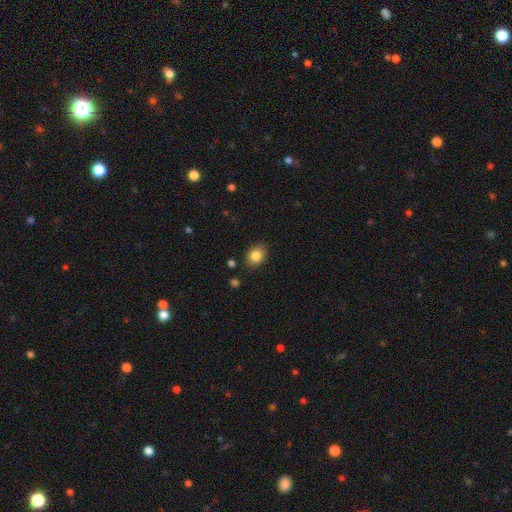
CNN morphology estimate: Smooth or featured?
  - smooth: 83% *
  - star or artifact: 9%
  - featured or disk: 7%
How rounded?
  - in between: 65% *
  - round: 34%
  - cigar-shaped: 1%
Merging?
  - none: 83% *
  - minor disturbance: 12%
  - major disturbance: 3%
  - merger: 2%